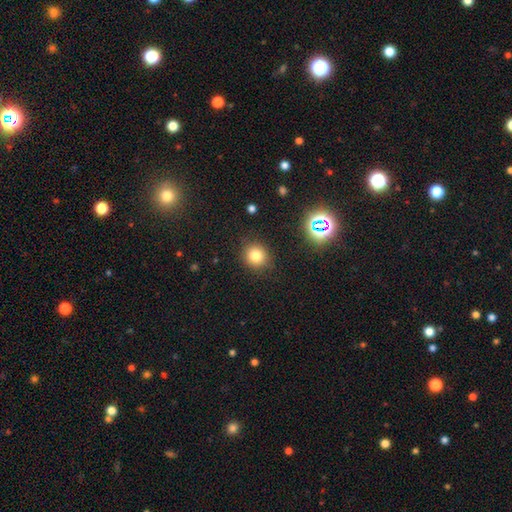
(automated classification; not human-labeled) Overall: smooth (78%). How rounded: round (84%). Merging: none (88%).